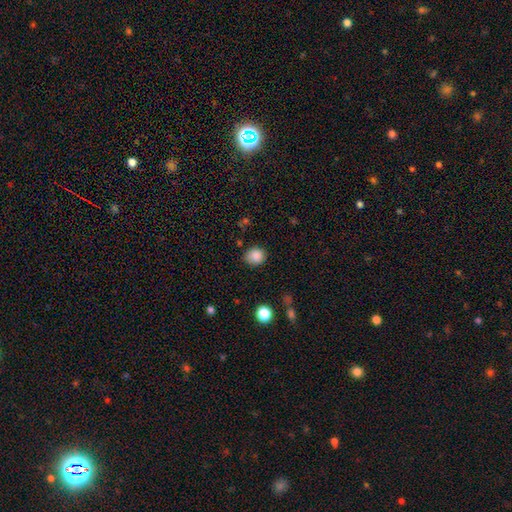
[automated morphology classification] Smooth or featured? Predicted: smooth (p=0.86). How rounded? Predicted: round (p=0.78). Merging? Predicted: none (p=0.77).